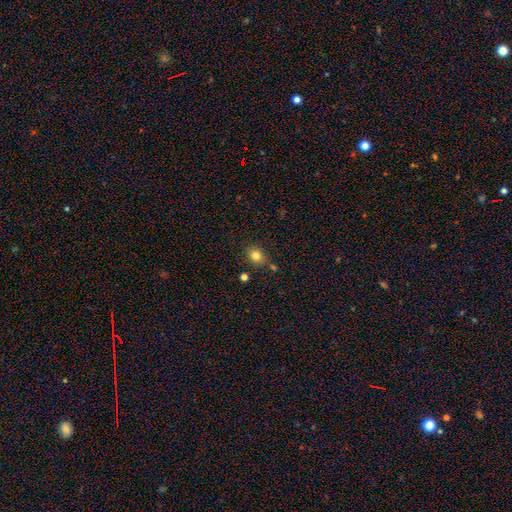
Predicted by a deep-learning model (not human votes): A smooth galaxy with no disk features (81%) that is round (61%).

Vote fractions:
- Smooth or featured? smooth: 81% / star or artifact: 12% / featured or disk: 7%
- How rounded? round: 61% / in between: 38% / cigar-shaped: 1%
- Merging? none: 77% / minor disturbance: 13% / merger: 7% / major disturbance: 3%